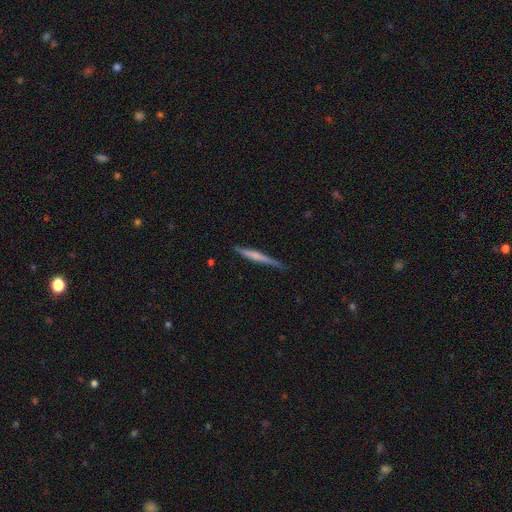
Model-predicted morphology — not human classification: A smooth galaxy with no disk features (49%). Merging: none (83%).